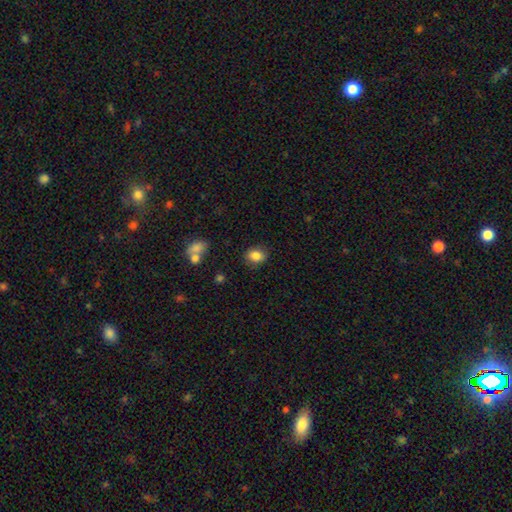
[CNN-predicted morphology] This is clearly a smooth galaxy (84%). How rounded: possibly round (50%). Merging: clearly none (85%).